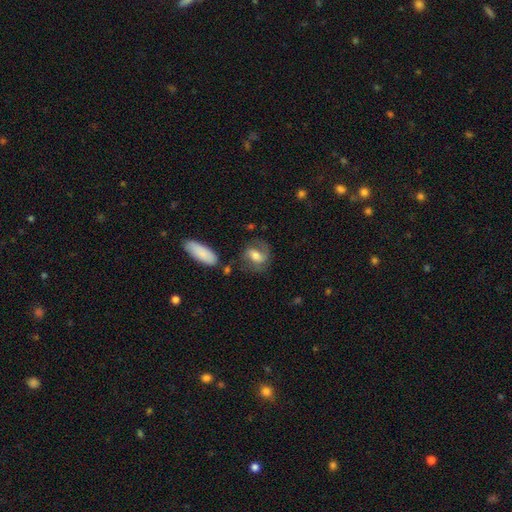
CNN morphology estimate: Smooth or featured? featured or disk (55%)
Edge-on disk? no (95%)
Bar? weak (43%)
Spiral arms? yes (85%)
Bulge size? moderate (59%)
Merging? none (59%)